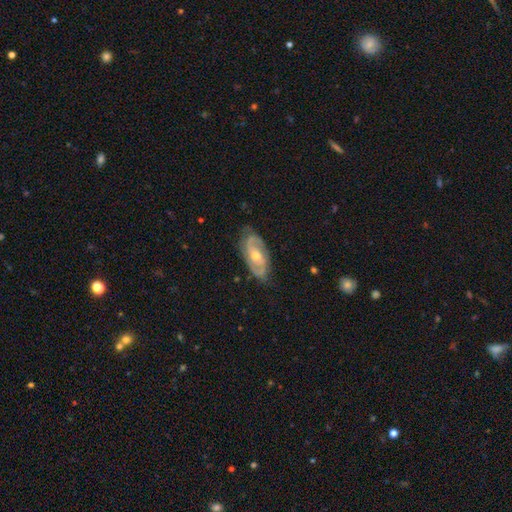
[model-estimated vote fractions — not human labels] smooth_or_featured: featured or disk (p=0.81) [alt: smooth p=0.14]
disk_edge_on: no (p=0.92) [alt: yes p=0.08]
bar: no (p=0.47) [alt: weak p=0.41]
has_spiral_arms: yes (p=0.90) [alt: no p=0.10]
spiral_winding: medium (p=0.43) [tied with: tight p=0.43]
spiral_arm_count: 2 (p=0.71) [alt: can't tell p=0.17]
bulge_size: moderate (p=0.65) [alt: small p=0.30]
merging: none (p=0.75) [alt: minor disturbance p=0.19]